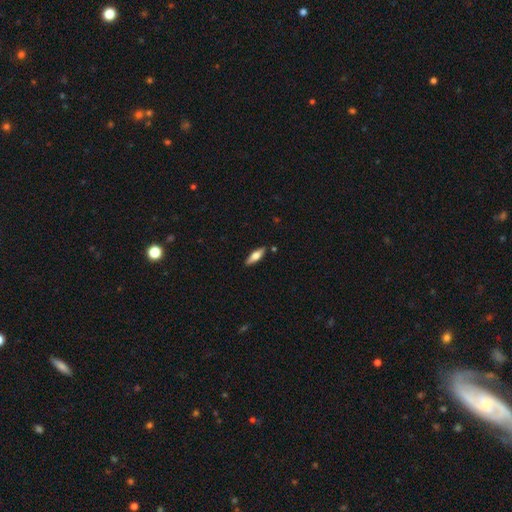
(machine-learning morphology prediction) A smooth galaxy with no disk features (62%) that is in between round and cigar-shaped (51%). Merging: none (87%).